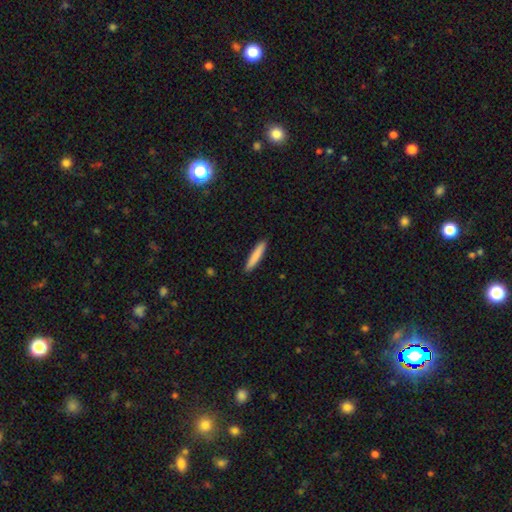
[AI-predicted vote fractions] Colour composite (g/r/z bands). It shows a smooth galaxy with no disk features (83%) that is cigar-shaped (91%). Merging: none (91%).